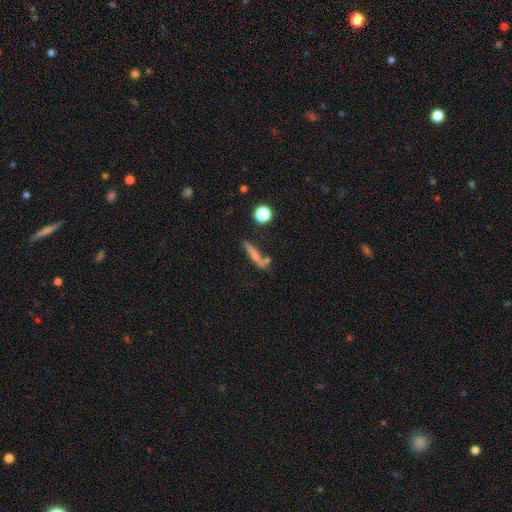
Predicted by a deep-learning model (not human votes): This is possibly a smooth galaxy (57%). How rounded: clearly cigar-shaped (85%). Merging: likely none (60%).